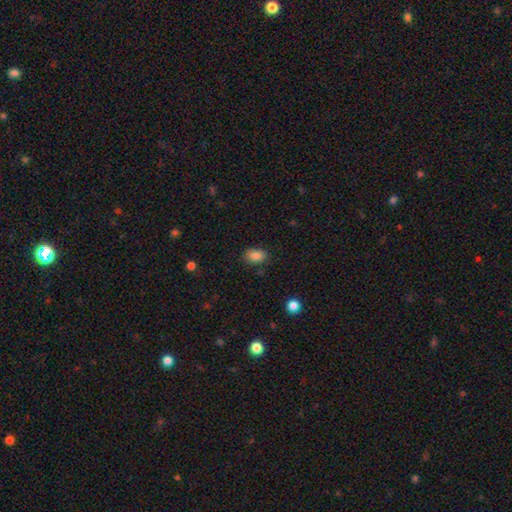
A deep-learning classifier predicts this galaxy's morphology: Q: Smooth or featured?
A: smooth (86%); runner-up: star or artifact (9%)
Q: How rounded?
A: in between (81%); runner-up: round (17%)
Q: Merging?
A: none (81%); runner-up: minor disturbance (14%)